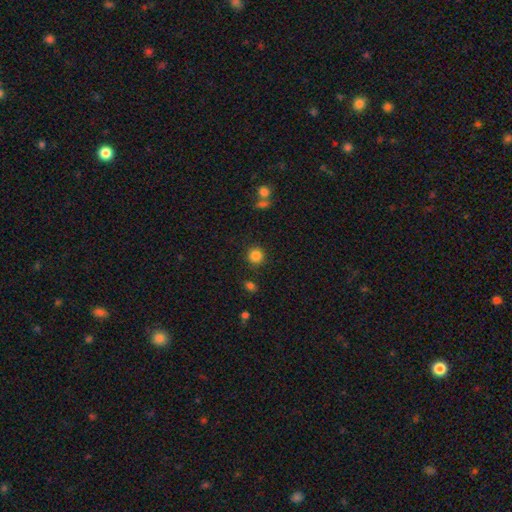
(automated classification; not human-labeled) Smooth or featured: smooth — 85% (star or artifact — 11%)
How rounded: round — 93% (in between — 6%)
Merging: none — 88% (minor disturbance — 7%)